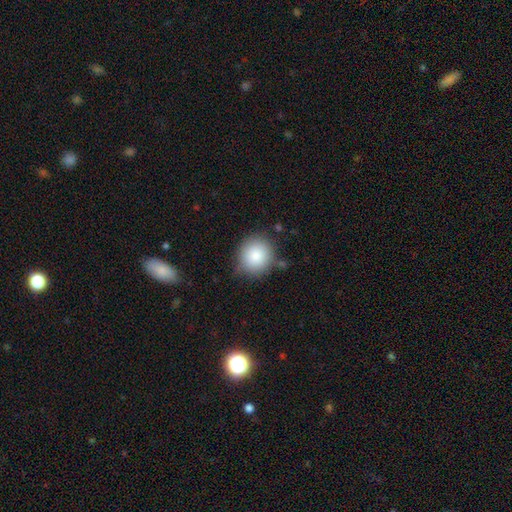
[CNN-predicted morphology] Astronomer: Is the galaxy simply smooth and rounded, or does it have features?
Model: smooth — 86%.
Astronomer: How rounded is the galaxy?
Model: round — 86%.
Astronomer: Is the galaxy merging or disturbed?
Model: none — 79%.